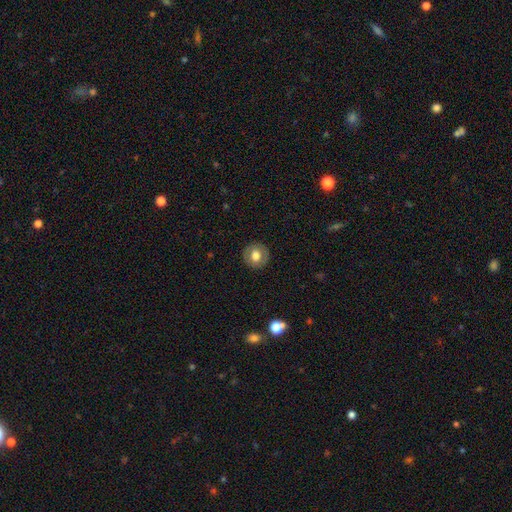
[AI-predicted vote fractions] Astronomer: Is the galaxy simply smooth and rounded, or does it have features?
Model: smooth — 67%.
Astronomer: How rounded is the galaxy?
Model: round — 89%.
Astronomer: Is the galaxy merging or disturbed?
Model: none — 89%.